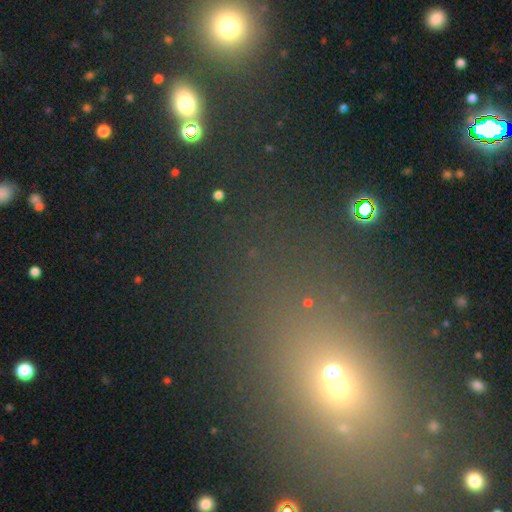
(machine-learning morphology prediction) Smooth or featured: star or artifact — 55% (smooth — 34%)